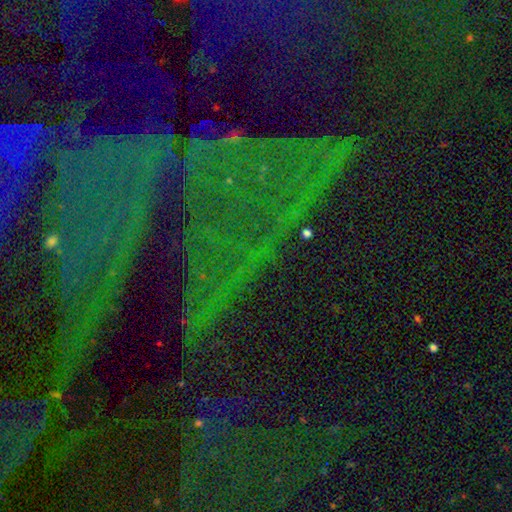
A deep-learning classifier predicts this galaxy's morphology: Overall: star or artifact (81%).